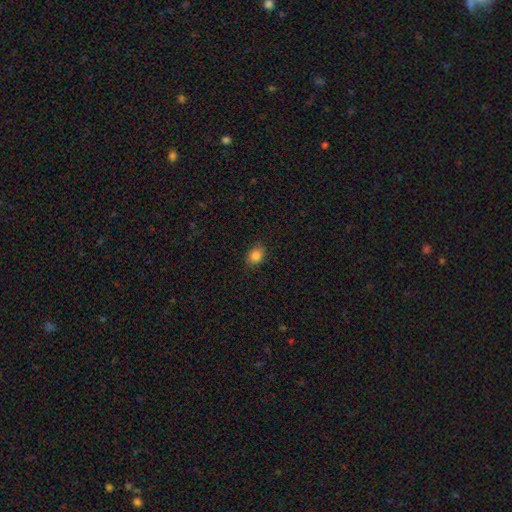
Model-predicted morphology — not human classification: This appears to be a smooth galaxy with no disk features (85%) that is in between round and cigar-shaped (51%). Merging: none (85%).